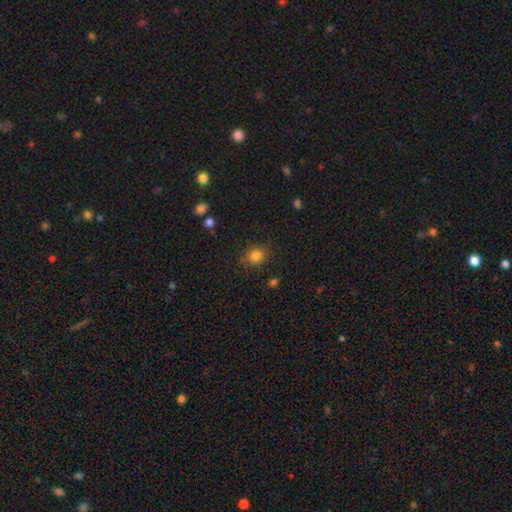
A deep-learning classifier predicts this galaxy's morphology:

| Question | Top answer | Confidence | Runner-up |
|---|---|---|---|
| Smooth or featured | smooth | 82% | star or artifact (12%) |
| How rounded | round | 68% | in between (31%) |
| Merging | none | 81% | minor disturbance (13%) |